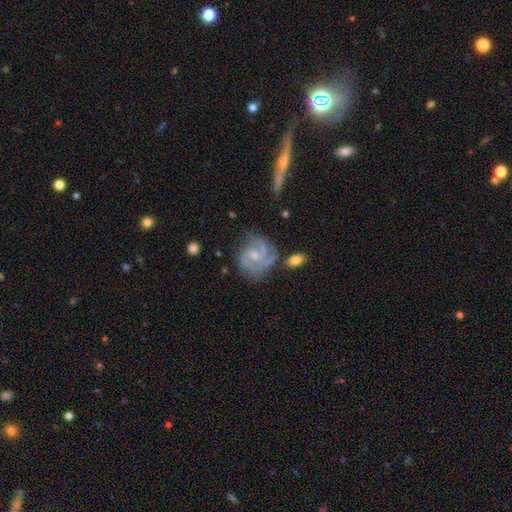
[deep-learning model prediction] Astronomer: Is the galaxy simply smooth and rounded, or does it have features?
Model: featured or disk — 88%.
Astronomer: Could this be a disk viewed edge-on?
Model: no — 98%.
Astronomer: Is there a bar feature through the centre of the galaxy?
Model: no — 59% (runner-up: weak, 35%).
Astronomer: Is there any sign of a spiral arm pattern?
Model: yes — 97%.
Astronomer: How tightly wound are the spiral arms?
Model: tight — 50% (runner-up: medium, 42%).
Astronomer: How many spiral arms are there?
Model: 2 — 46% (runner-up: 3, 32%).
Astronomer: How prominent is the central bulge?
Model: small — 57% (runner-up: moderate, 36%).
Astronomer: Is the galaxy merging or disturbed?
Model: none — 63%.